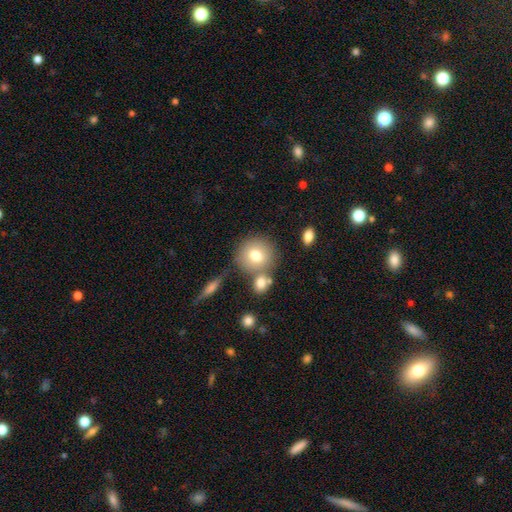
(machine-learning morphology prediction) This appears to be a smooth galaxy with no disk features (75%) that is round (87%). Merging: none (65%).